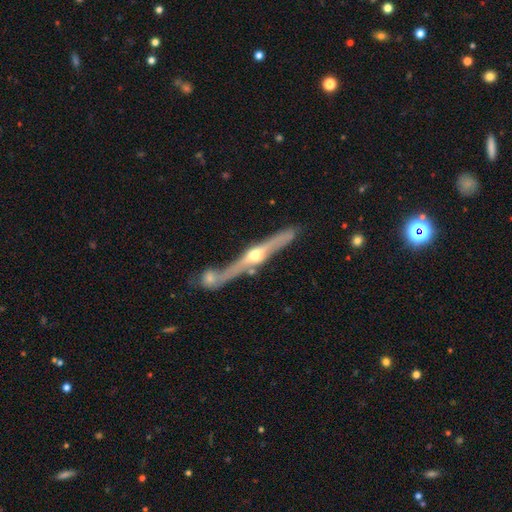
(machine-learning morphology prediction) A featured or disk galaxy (78%) viewed edge-on (94%) with a rounded central bulge (93%). Merging: none (58%).